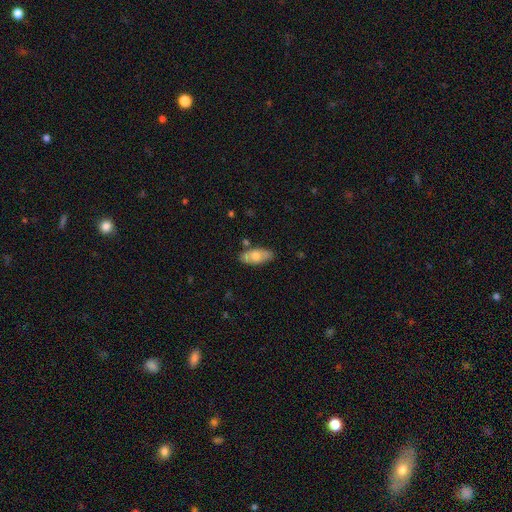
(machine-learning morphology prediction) A smooth galaxy with no disk features (62%) that is in between round and cigar-shaped (89%). Merging: none (74%).